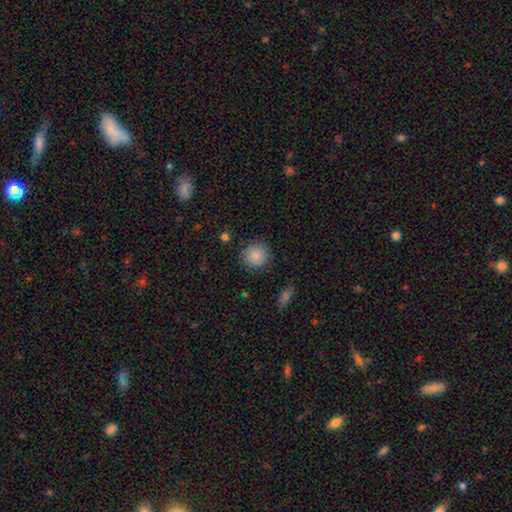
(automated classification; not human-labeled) Overall: smooth (86%). How rounded: round (92%). Merging: none (87%).